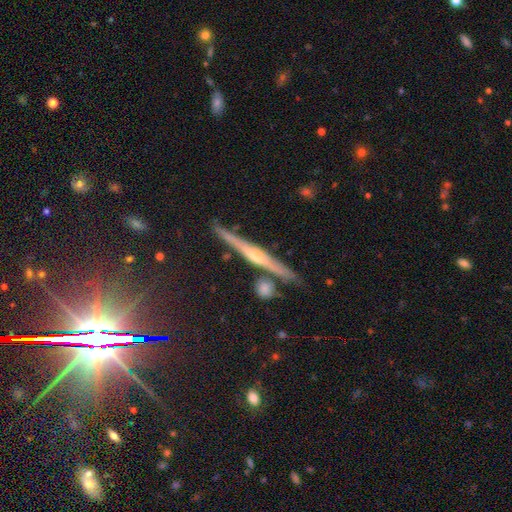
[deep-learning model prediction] Overall: featured or disk (77%). Edge-on disk: yes (97%). Edge-on bulge: rounded (78%). Merging: none (84%).